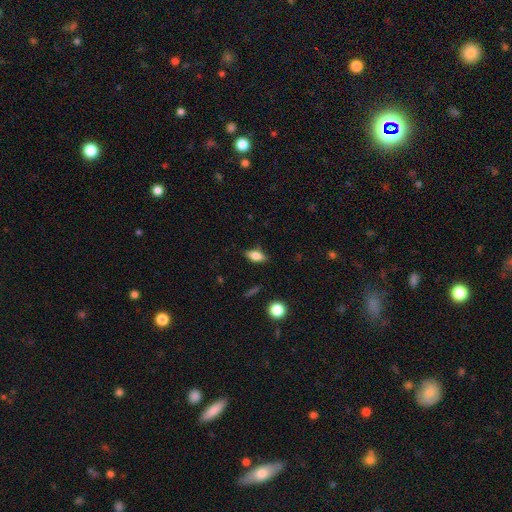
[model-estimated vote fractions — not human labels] This is likely a smooth galaxy (77%). How rounded: clearly in between (84%). Merging: clearly none (81%).